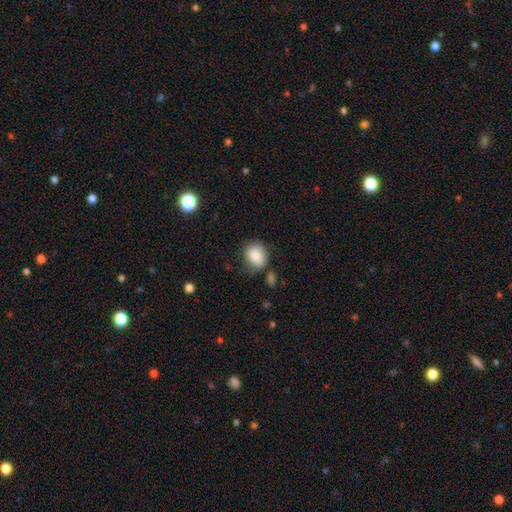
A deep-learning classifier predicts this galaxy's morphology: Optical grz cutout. It shows a smooth galaxy with no disk features (85%) that is round (50%). Merging: none (64%).